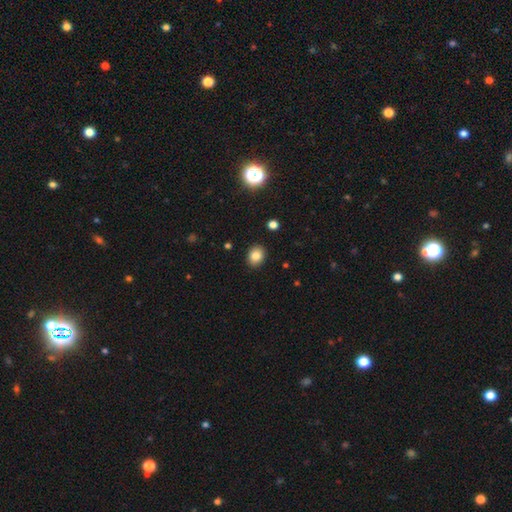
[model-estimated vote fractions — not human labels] A smooth galaxy with no disk features (83%) that is round (50%). Merging: none (89%).